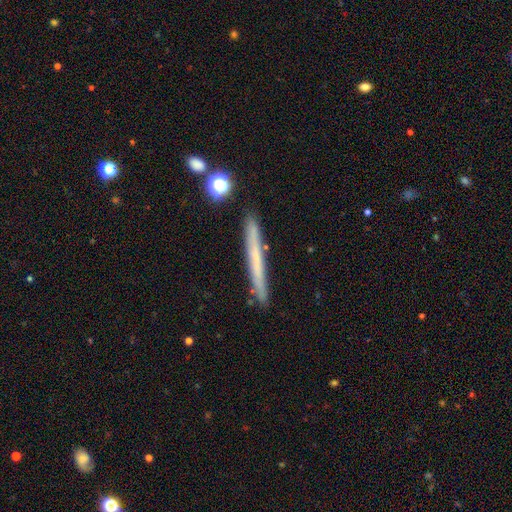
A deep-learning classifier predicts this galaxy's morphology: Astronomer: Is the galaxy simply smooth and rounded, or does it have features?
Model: smooth — 50% (runner-up: featured or disk, 42%).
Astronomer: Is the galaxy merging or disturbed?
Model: none — 88%.